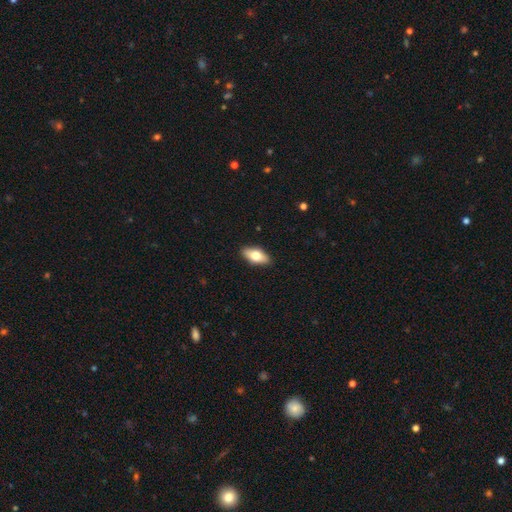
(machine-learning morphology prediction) A smooth galaxy with no disk features (69%) that is in between round and cigar-shaped (85%). Merging: none (89%).